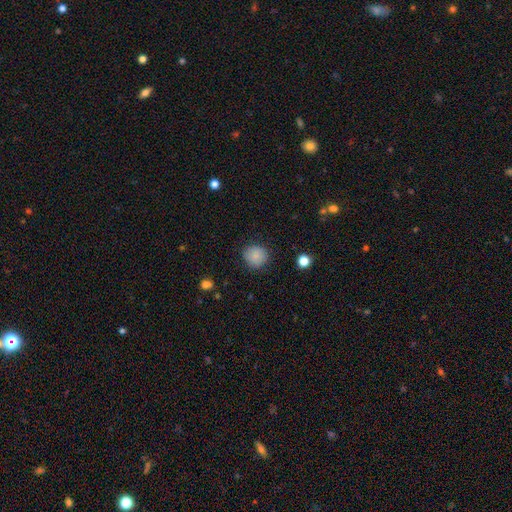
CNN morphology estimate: A smooth galaxy with no disk features (83%) that is round (88%). Merging: none (82%).